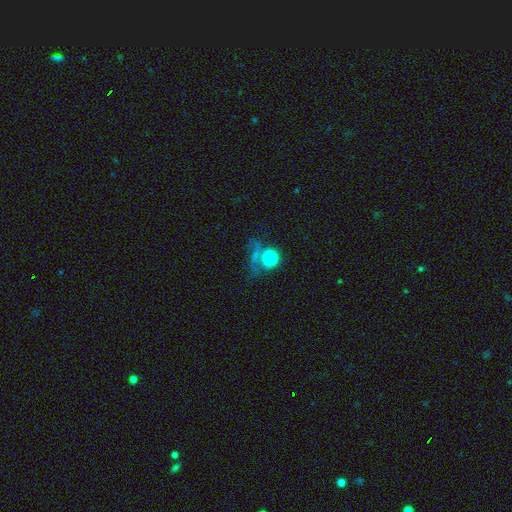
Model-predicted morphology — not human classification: A star or artifact, not a galaxy (43%).

Vote fractions:
- Smooth or featured? star or artifact: 43% / smooth: 39% / featured or disk: 18%